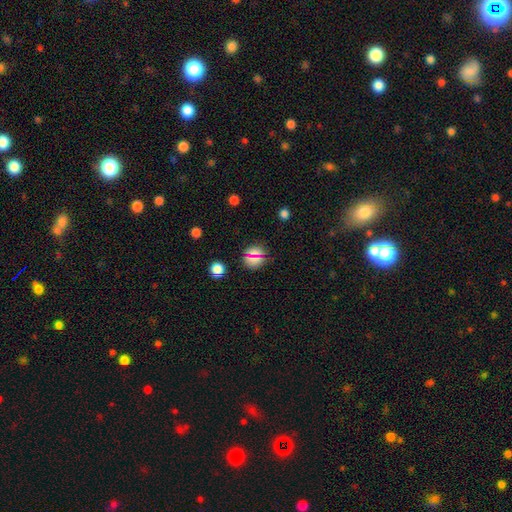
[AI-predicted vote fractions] smooth_or_featured: smooth (p=0.63) [alt: star or artifact p=0.29]
how_rounded: round (p=0.81) [alt: in between p=0.17]
merging: none (p=0.85) [alt: minor disturbance p=0.09]